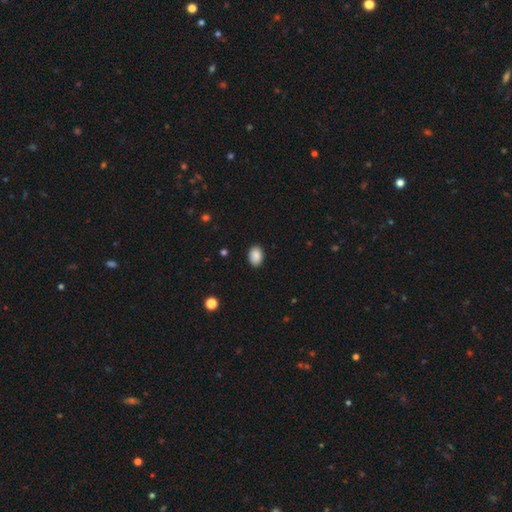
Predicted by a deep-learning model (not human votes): smooth_or_featured: smooth (p=0.89) [alt: star or artifact p=0.08]
how_rounded: in between (p=0.82) [alt: round p=0.17]
merging: none (p=0.89) [alt: minor disturbance p=0.08]